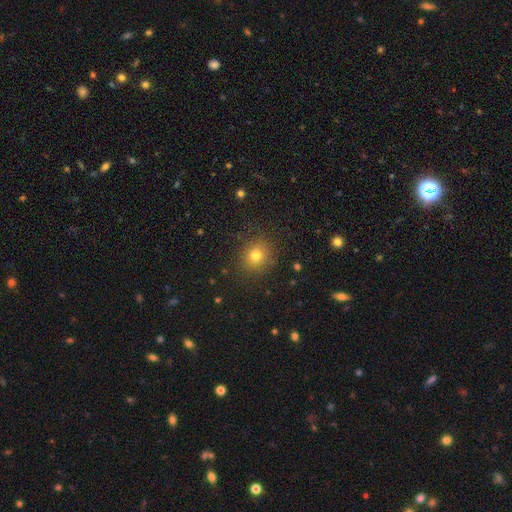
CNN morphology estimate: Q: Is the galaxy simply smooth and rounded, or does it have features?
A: smooth — 77%.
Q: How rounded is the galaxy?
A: round — 82%.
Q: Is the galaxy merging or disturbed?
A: none — 88%.